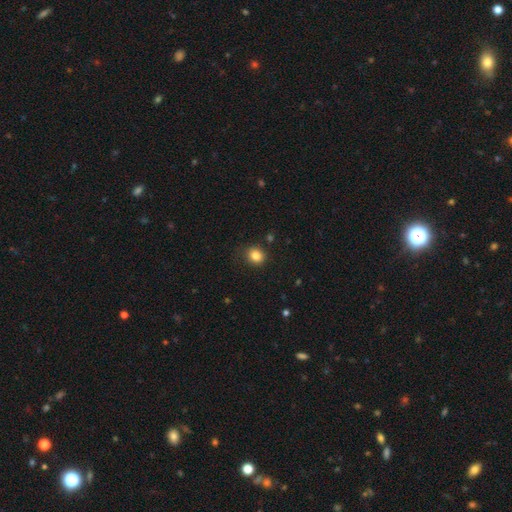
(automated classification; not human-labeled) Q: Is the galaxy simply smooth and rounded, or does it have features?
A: smooth — 84%.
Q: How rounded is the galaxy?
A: round — 74%.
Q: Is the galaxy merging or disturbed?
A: none — 85%.